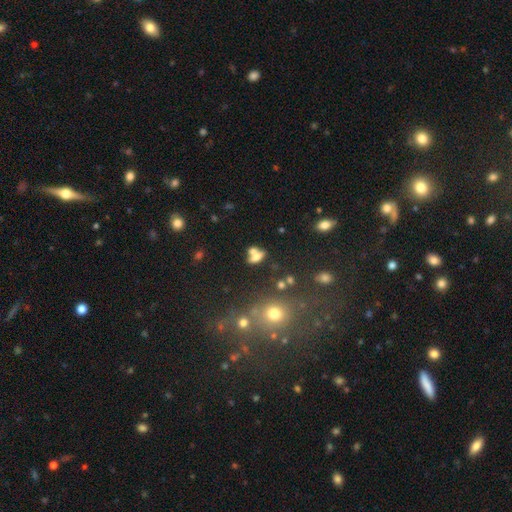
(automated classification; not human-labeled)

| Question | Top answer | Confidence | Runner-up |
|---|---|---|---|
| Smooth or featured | smooth | 63% | featured or disk (20%) |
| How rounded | in between | 71% | round (21%) |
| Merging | merger | 46% | none (36%) |